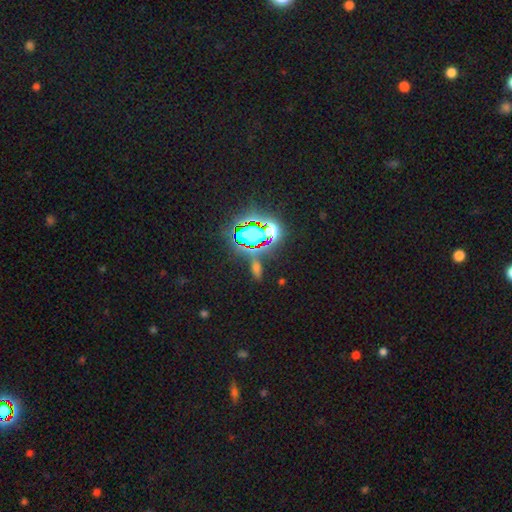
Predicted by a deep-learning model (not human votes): Morphology: type=star or artifact (84%).